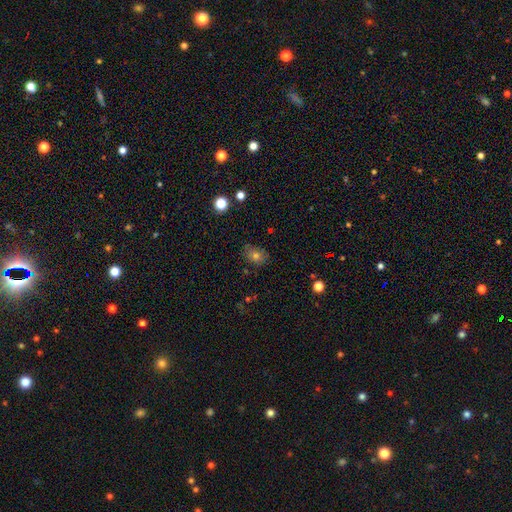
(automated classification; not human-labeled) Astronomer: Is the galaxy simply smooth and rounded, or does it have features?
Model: smooth — 67%.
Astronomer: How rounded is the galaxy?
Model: in between — 58% (runner-up: round, 41%).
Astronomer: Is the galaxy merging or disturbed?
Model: none — 76%.